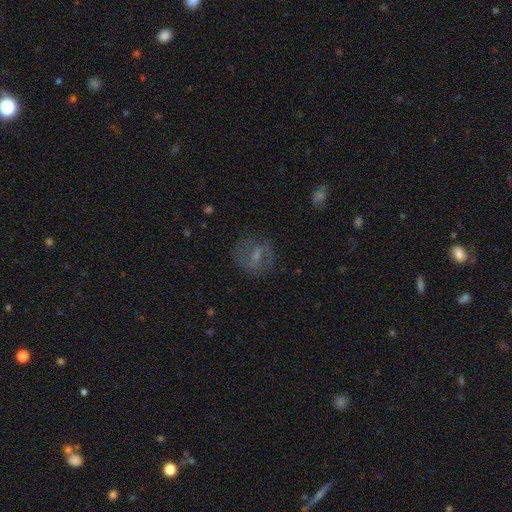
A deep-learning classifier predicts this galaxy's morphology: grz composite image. It shows a featured or disk galaxy (50%). Merging: none (71%).